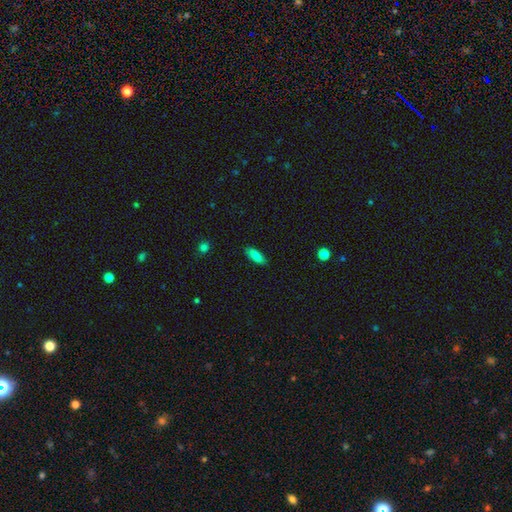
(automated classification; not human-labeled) Smooth or featured? Predicted: smooth (p=0.83). How rounded? Predicted: in between (p=0.71). Merging? Predicted: none (p=0.86).